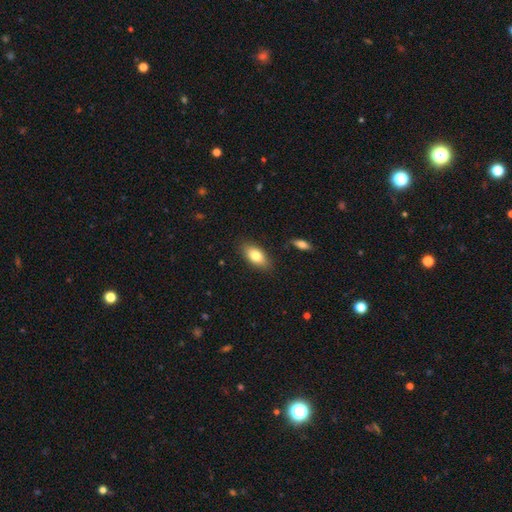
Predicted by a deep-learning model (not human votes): The model was most divided on "smooth or featured": smooth: 80%, featured or disk: 13%, star or artifact: 7%. More confident: how rounded — in between (89%); merging — none (84%).